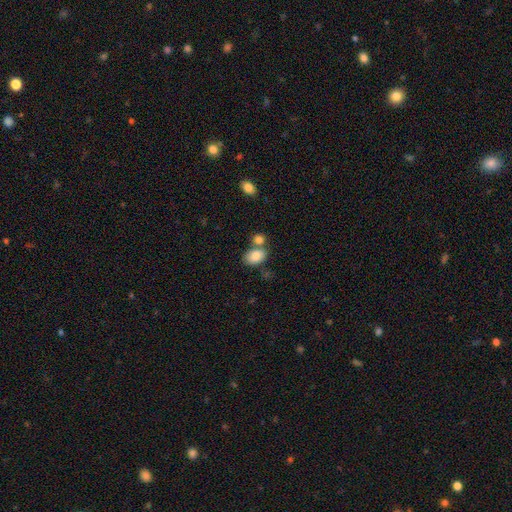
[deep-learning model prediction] Smooth or featured? smooth (84%)
How rounded? in between (82%)
Merging? none (50%)